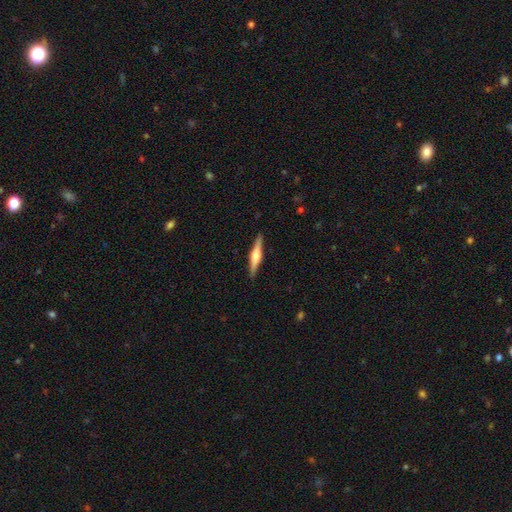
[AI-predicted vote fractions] The model was most divided on "smooth or featured": featured or disk: 71%, smooth: 24%, star or artifact: 5%. More confident: edge-on disk — yes (98%); merging — none (91%); edge-on bulge — rounded (86%).